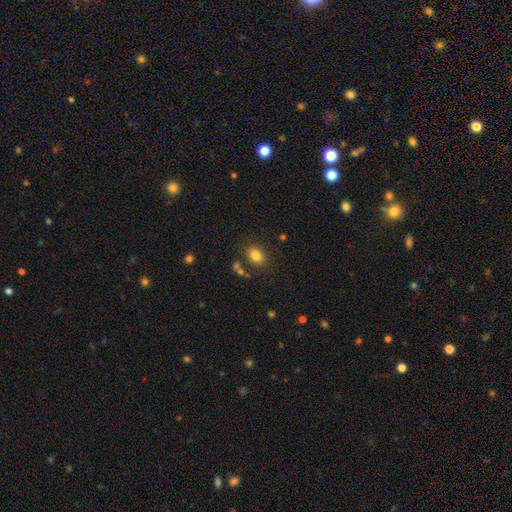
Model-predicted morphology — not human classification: smooth-or-featured: smooth: 82% | star or artifact: 11% | featured or disk: 7%
  how-rounded: in between: 67% | round: 32% | cigar-shaped: 1%
  merging: none: 78% | minor disturbance: 12% | merger: 6% | major disturbance: 4%